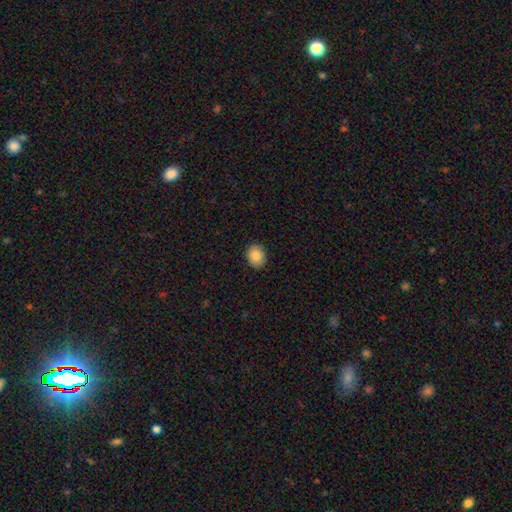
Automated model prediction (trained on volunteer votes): Overall: smooth (86%). How rounded: in between (52%; round 47%). Merging: none (90%).